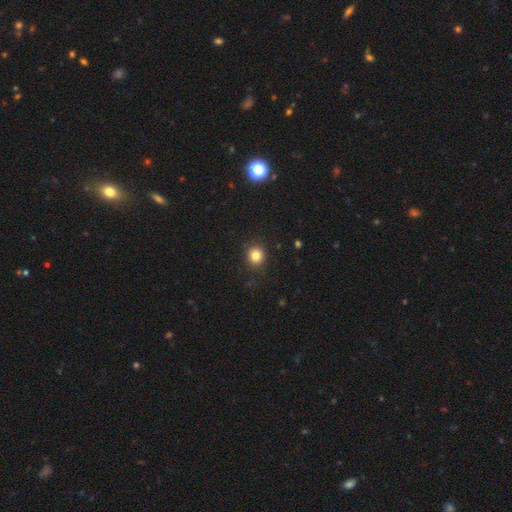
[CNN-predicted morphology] smooth 82%, star or artifact 12%, featured or disk 6%. Down the decision tree: how rounded — round (88%); merging — none (89%).